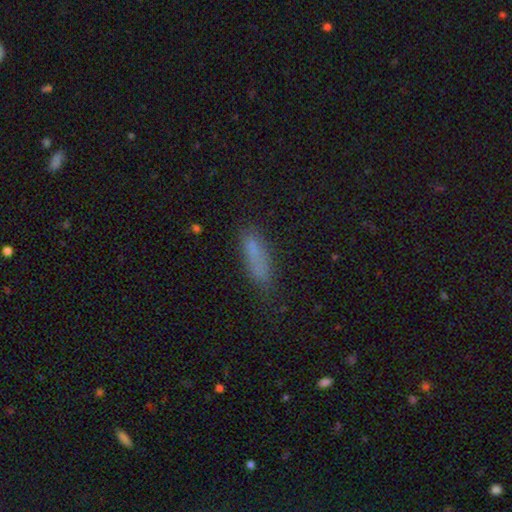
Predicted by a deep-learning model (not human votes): Q: Smooth or featured?
A: smooth (76%); runner-up: star or artifact (12%)
Q: How rounded?
A: cigar-shaped (61%); runner-up: in between (36%)
Q: Merging?
A: none (66%); runner-up: minor disturbance (22%)